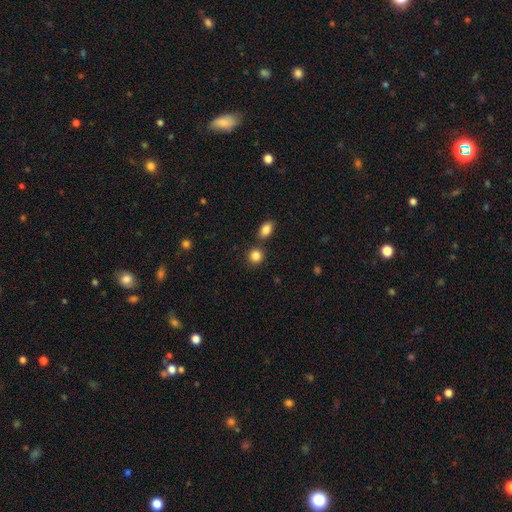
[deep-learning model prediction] Smooth or featured? Predicted: smooth (p=0.85). How rounded? Predicted: round (p=0.82). Merging? Predicted: none (p=0.74).